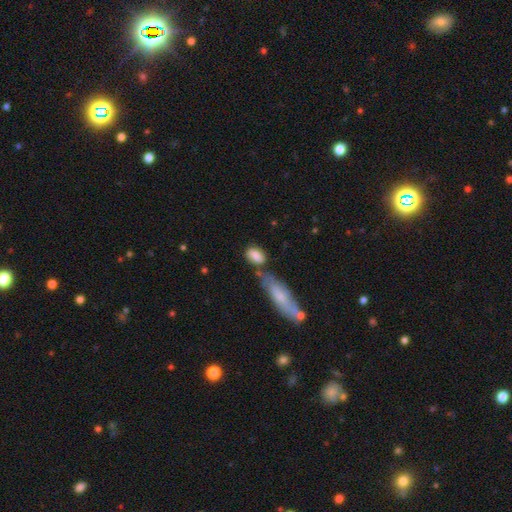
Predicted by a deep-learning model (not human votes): This is likely a smooth galaxy (77%). How rounded: likely in between (78%). Merging: possibly none (54%).